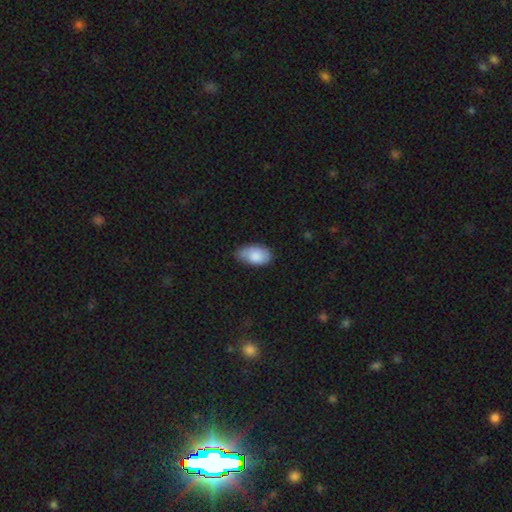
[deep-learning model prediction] Q: Smooth or featured?
A: smooth (84%); runner-up: featured or disk (9%)
Q: How rounded?
A: in between (94%); runner-up: round (4%)
Q: Merging?
A: none (60%); runner-up: minor disturbance (33%)